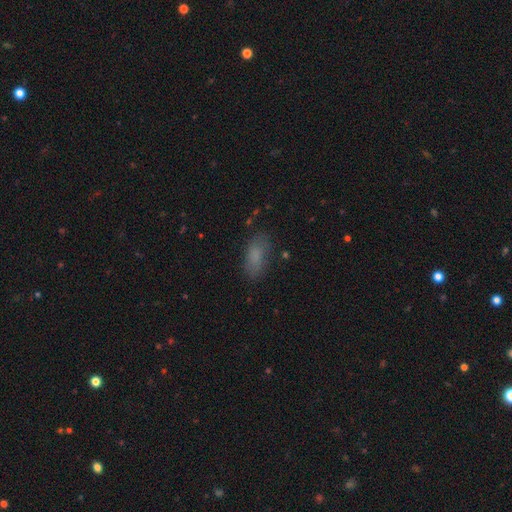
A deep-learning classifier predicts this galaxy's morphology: Smooth or featured: smooth — 79% (featured or disk — 11%)
How rounded: in between — 86% (cigar-shaped — 11%)
Merging: none — 75% (minor disturbance — 17%)